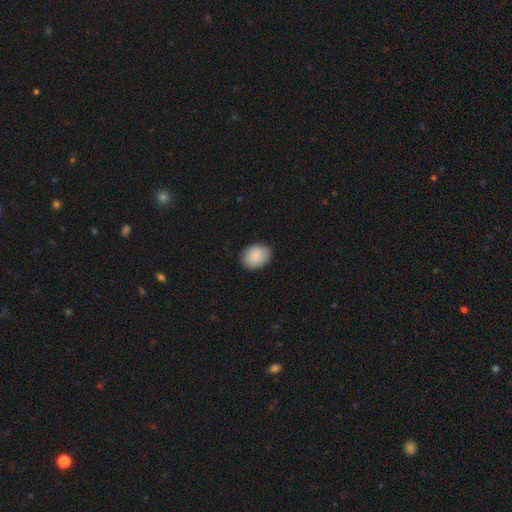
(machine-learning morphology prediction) This is clearly a smooth galaxy (89%). How rounded: likely in between (64%). Merging: clearly none (87%).